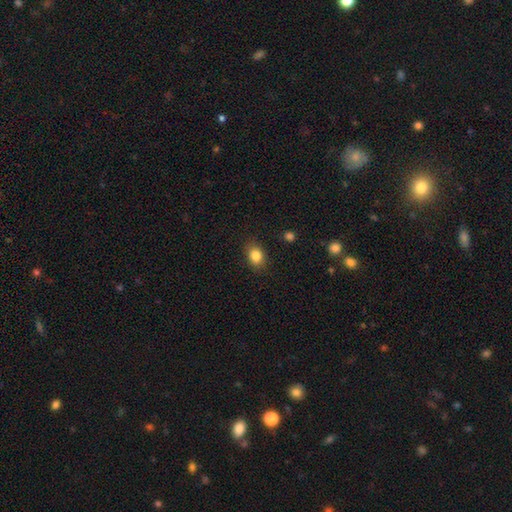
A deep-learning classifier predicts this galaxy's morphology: Smooth or featured?
  - smooth: 84% *
  - star or artifact: 10%
  - featured or disk: 6%
How rounded?
  - in between: 55% *
  - round: 44%
  - cigar-shaped: 1%
Merging?
  - none: 86% *
  - minor disturbance: 10%
  - major disturbance: 3%
  - merger: 1%